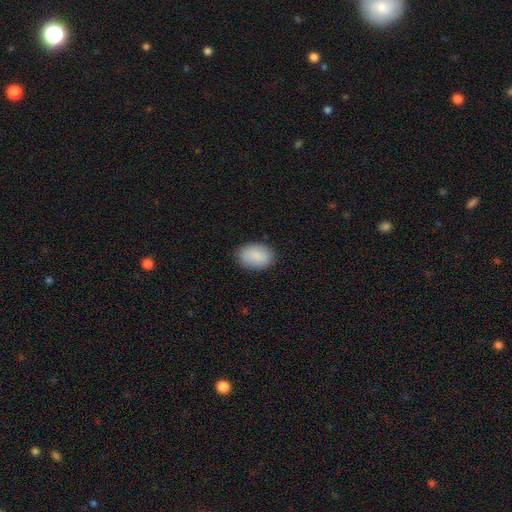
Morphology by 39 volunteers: smooth-or-featured: smooth: 87% | star or artifact: 10% | featured or disk: 3%
  how-rounded: in between: 97% | round: 3% | cigar-shaped: 0%
  merging: none: 80% | minor disturbance: 14% | major disturbance: 3% | merger: 3%